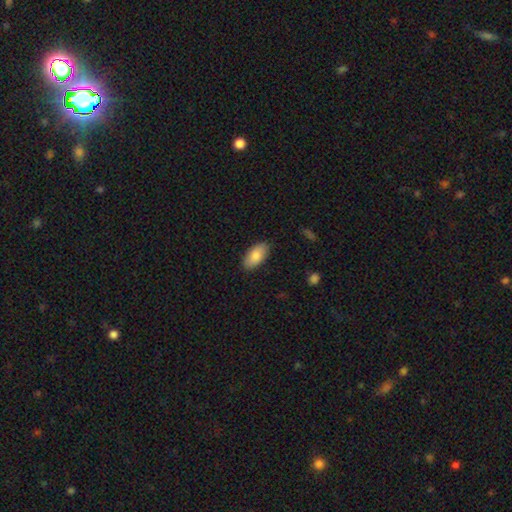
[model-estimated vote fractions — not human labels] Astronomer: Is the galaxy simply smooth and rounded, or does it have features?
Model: smooth — 84%.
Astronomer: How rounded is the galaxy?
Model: in between — 93%.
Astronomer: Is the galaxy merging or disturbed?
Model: none — 88%.